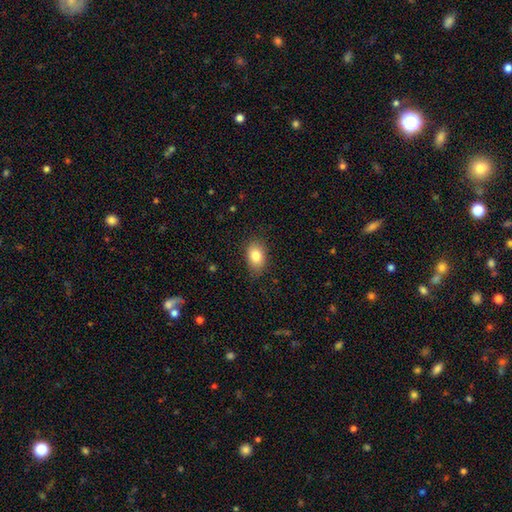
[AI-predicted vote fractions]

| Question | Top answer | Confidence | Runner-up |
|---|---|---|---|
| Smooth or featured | smooth | 83% | featured or disk (9%) |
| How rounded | in between | 82% | round (17%) |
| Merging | none | 82% | minor disturbance (14%) |